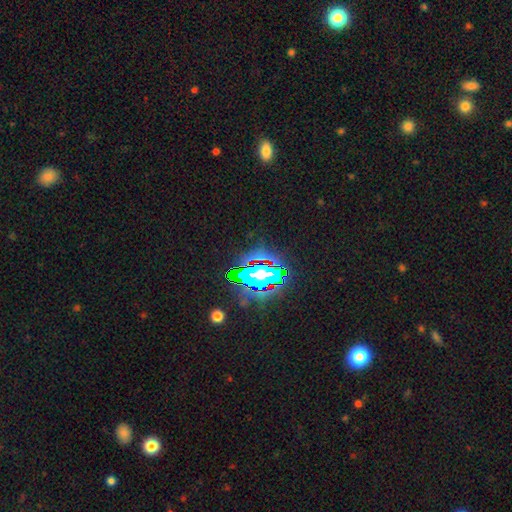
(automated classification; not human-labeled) The model was most divided on "smooth or featured": star or artifact: 74%, smooth: 14%, featured or disk: 12%.